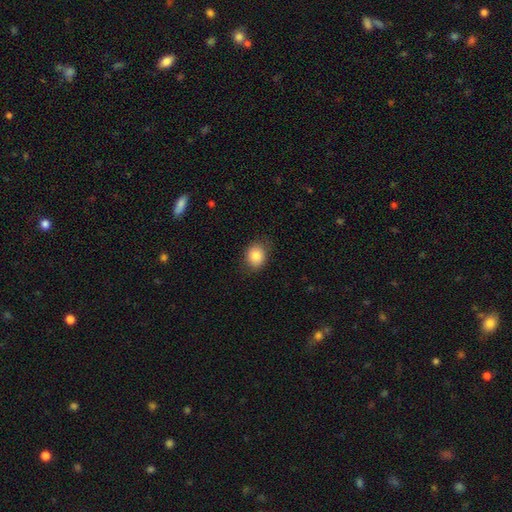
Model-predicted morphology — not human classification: A smooth galaxy with no disk features (84%) that is round (59%). Merging: none (80%).